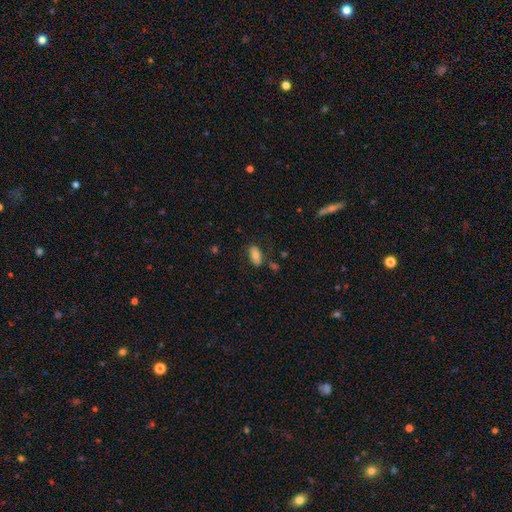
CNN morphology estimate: Q: Smooth or featured?
A: smooth (74%); runner-up: featured or disk (18%)
Q: How rounded?
A: in between (90%); runner-up: cigar-shaped (6%)
Q: Merging?
A: none (71%); runner-up: minor disturbance (19%)